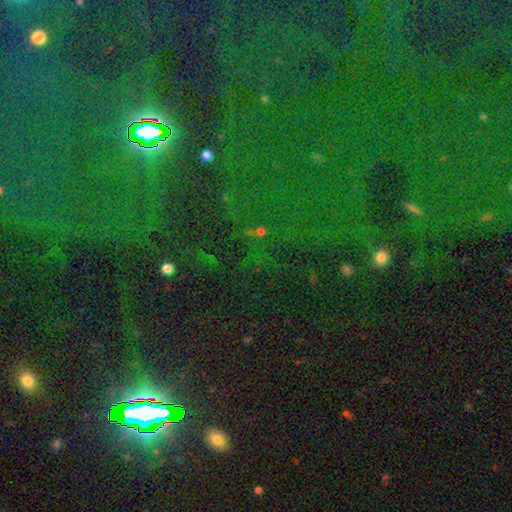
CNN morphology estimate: smooth-or-featured: star or artifact: 78% | smooth: 14% | featured or disk: 8%